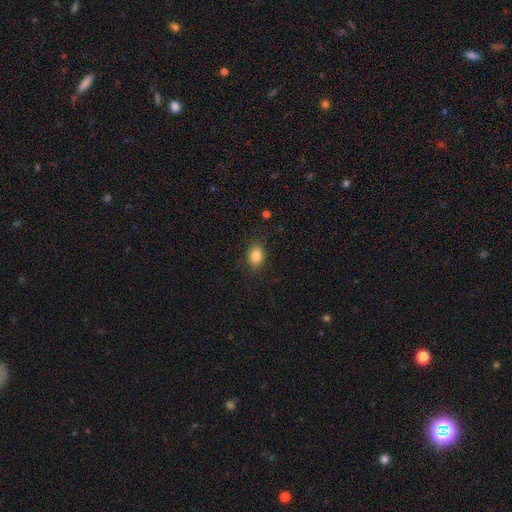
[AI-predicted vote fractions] Overall: smooth (84%). How rounded: in between (68%; round 31%). Merging: none (85%).